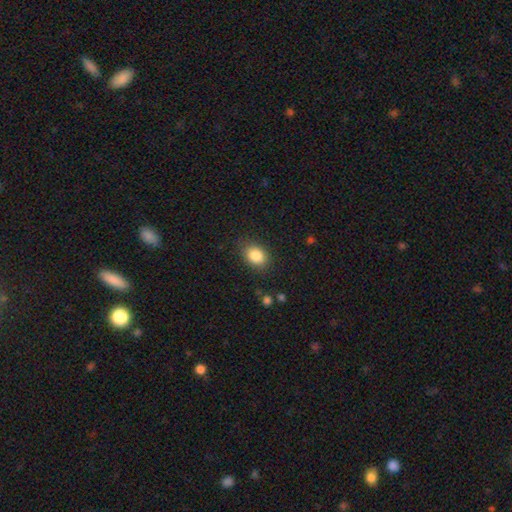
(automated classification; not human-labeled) A smooth galaxy with no disk features (85%) that is in between round and cigar-shaped (69%). Merging: none (83%).